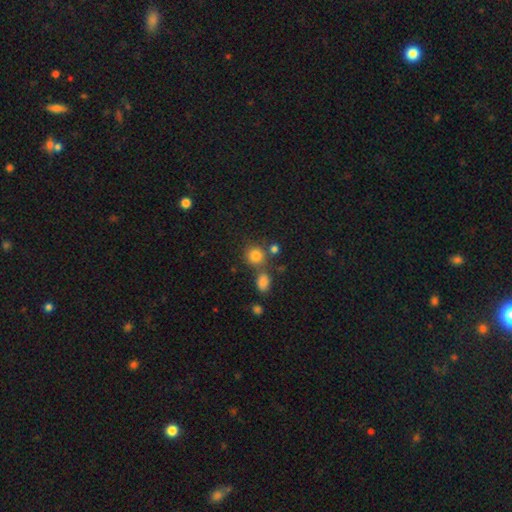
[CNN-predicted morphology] Smooth or featured: smooth — 80% (star or artifact — 13%)
How rounded: round — 85% (in between — 14%)
Merging: none — 68% (merger — 18%)